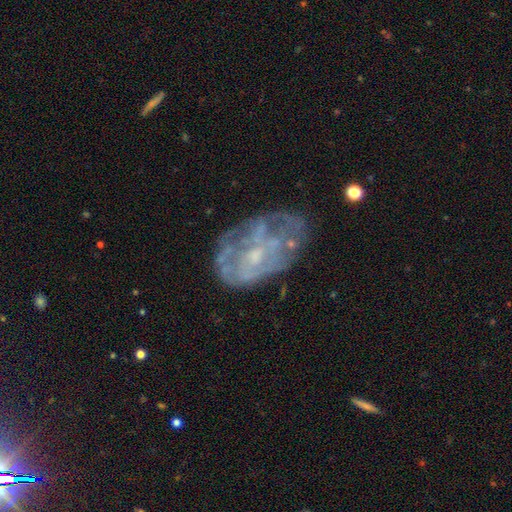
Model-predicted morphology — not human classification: This is likely a featured or disk galaxy (71%). It is clearly not viewed edge-on (96%). Bar: likely no (77%). Spiral arm pattern: likely no (62%). Central bulge: possibly small (57%). Merging: possibly none (55%).